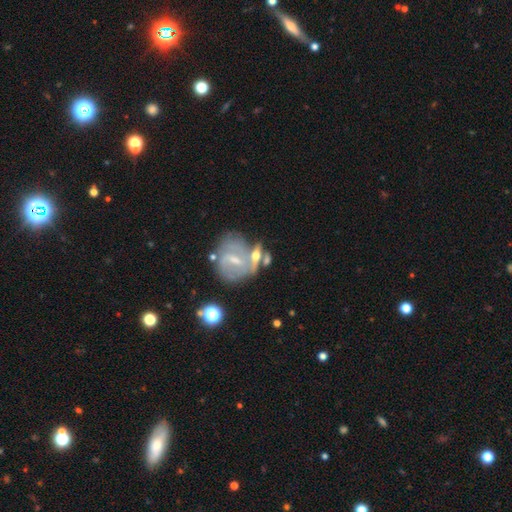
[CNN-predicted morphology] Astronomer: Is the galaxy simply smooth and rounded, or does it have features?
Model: featured or disk — 61%.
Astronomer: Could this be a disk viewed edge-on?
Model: no — 75%.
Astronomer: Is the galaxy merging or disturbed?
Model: none — 43% (runner-up: merger, 31%).